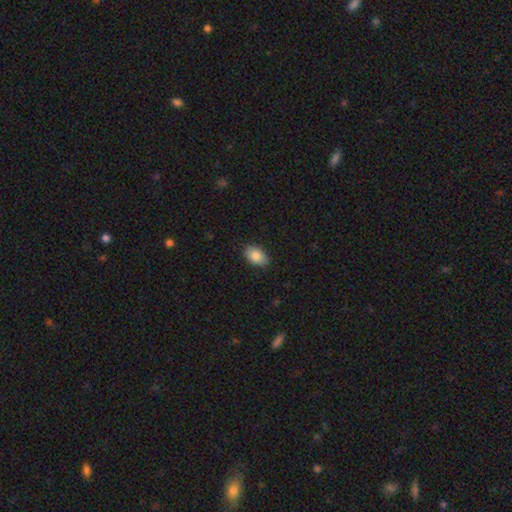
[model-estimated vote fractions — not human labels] A smooth galaxy with no disk features (87%) that is in between round and cigar-shaped (90%).

Vote fractions:
- Smooth or featured? smooth: 87% / star or artifact: 7% / featured or disk: 6%
- How rounded? in between: 90% / round: 9% / cigar-shaped: 1%
- Merging? none: 87% / minor disturbance: 10% / major disturbance: 2% / merger: 1%